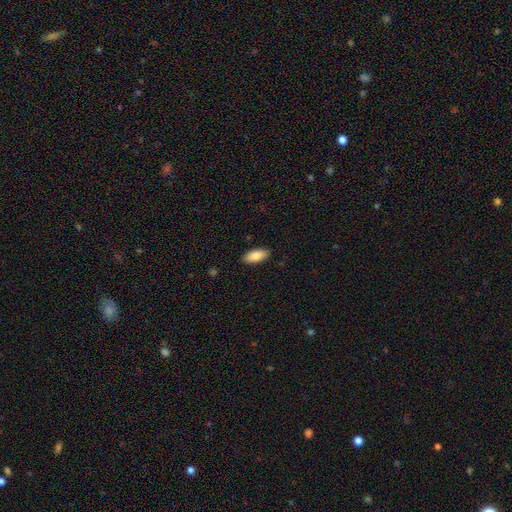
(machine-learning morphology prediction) smooth-or-featured: smooth: 84% | featured or disk: 9% | star or artifact: 6%
  how-rounded: in between: 88% | cigar-shaped: 10% | round: 2%
  merging: none: 88% | minor disturbance: 9% | major disturbance: 2% | merger: 1%